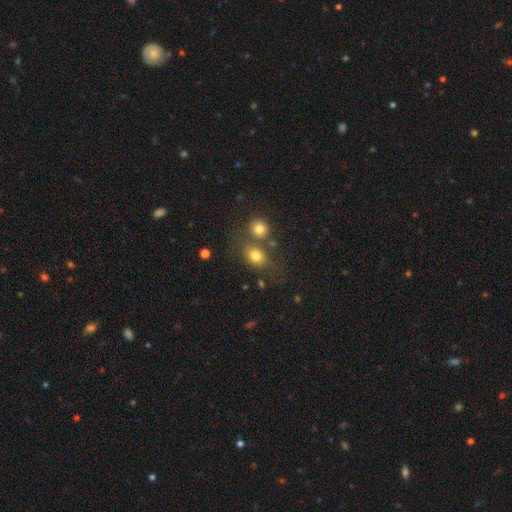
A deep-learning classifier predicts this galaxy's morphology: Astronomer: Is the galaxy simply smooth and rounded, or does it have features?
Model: smooth — 76%.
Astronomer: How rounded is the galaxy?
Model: round — 51% (runner-up: in between, 48%).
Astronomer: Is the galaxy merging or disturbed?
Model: none — 57%.